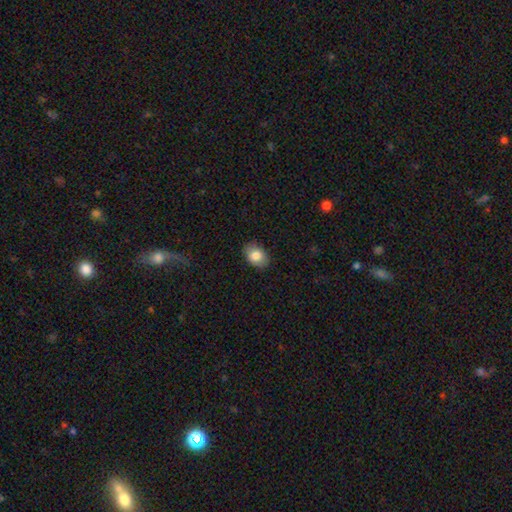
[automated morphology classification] Smooth or featured?
  - smooth: 83% *
  - featured or disk: 10%
  - star or artifact: 8%
How rounded?
  - in between: 78% *
  - round: 21%
  - cigar-shaped: 1%
Merging?
  - none: 86% *
  - minor disturbance: 11%
  - major disturbance: 2%
  - merger: 1%